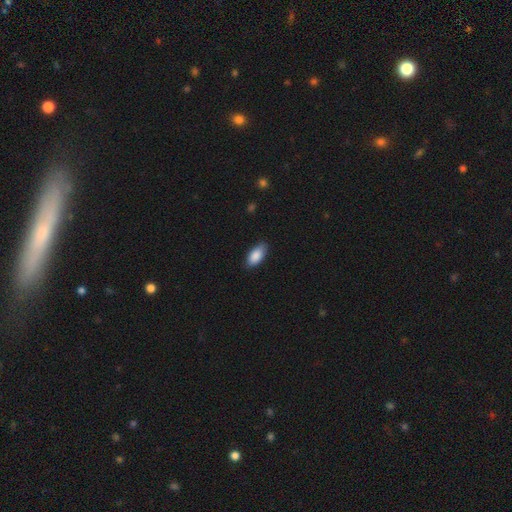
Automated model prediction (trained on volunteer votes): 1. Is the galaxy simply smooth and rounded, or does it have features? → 88% smooth, 6% star or artifact, 5% featured or disk.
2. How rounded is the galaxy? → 92% in between, 6% cigar-shaped, 2% round.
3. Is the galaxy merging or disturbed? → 81% none, 16% minor disturbance, 2% major disturbance, 1% merger.